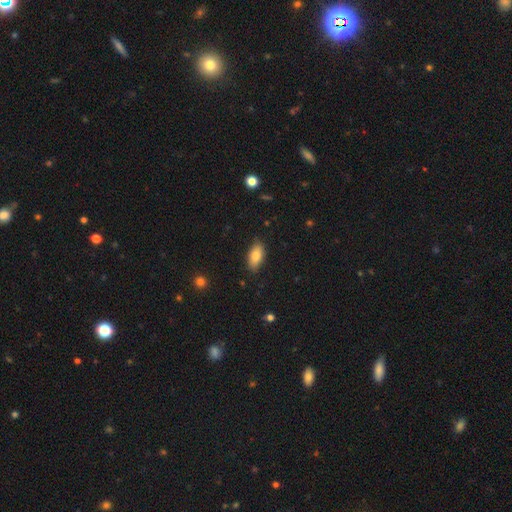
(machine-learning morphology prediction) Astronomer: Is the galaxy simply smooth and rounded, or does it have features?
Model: smooth — 78%.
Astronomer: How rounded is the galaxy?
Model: in between — 89%.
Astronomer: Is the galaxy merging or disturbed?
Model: none — 83%.